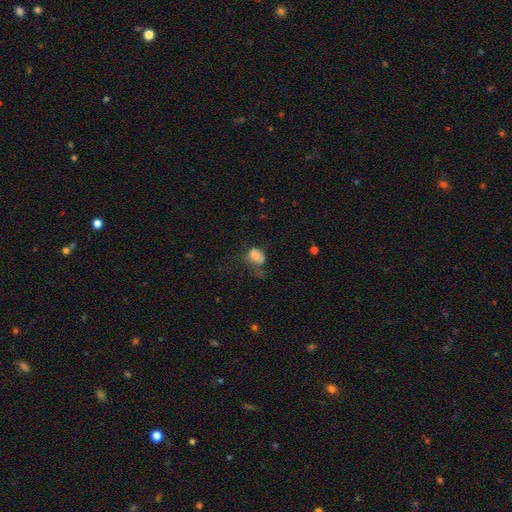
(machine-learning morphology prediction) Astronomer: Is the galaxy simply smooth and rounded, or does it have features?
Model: smooth — 75%.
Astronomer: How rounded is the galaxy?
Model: in between — 77%.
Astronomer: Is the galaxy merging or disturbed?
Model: major disturbance — 36% (runner-up: none, 28%).